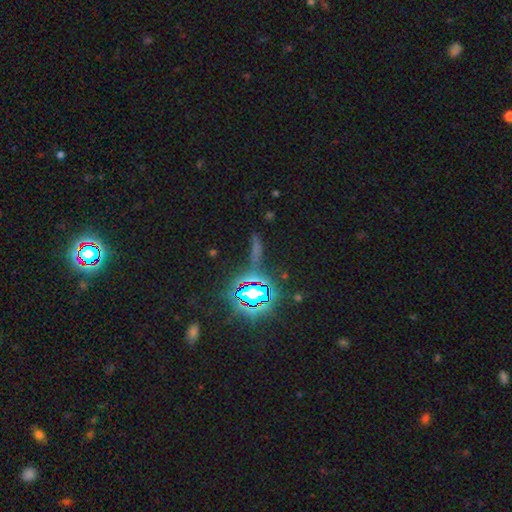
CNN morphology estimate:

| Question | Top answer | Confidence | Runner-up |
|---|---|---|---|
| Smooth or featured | star or artifact | 69% | smooth (18%) |